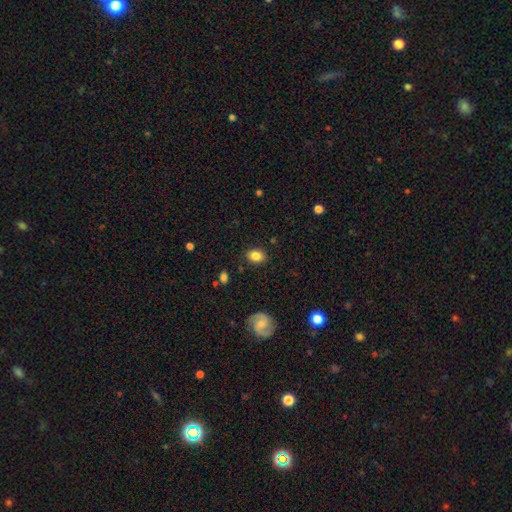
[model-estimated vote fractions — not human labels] Smooth or featured? smooth (83%)
How rounded? in between (66%)
Merging? none (85%)